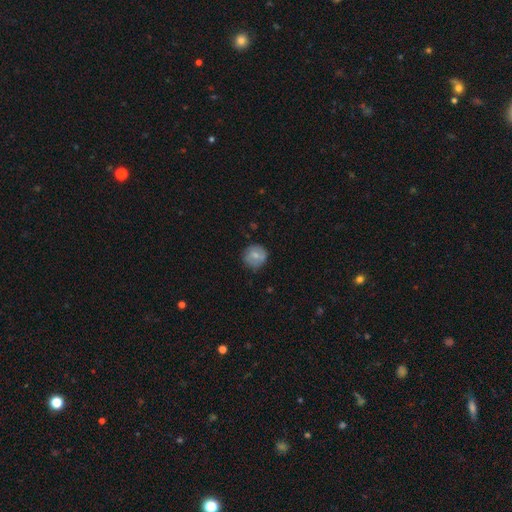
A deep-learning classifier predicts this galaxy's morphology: smooth_or_featured: smooth (p=0.68) [alt: featured or disk p=0.24]
how_rounded: round (p=0.87) [alt: in between p=0.12]
merging: none (p=0.78) [alt: minor disturbance p=0.17]